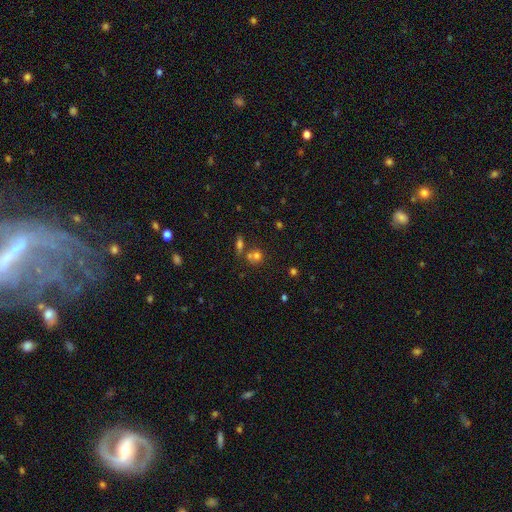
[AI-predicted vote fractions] Morphology: type=smooth (65%); roundness=round (78%); merging=none (50%).